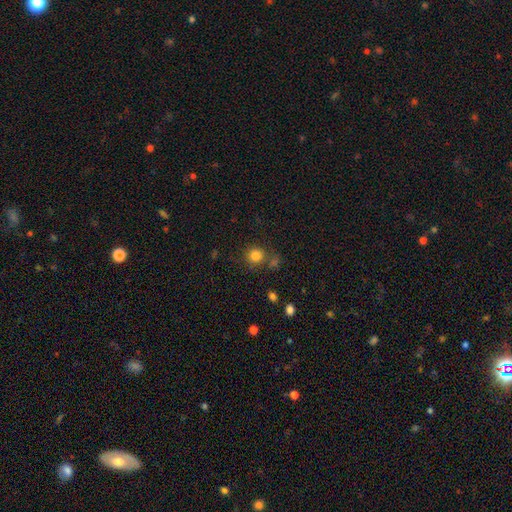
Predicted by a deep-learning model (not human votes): Overall: smooth (82%). How rounded: round (90%). Merging: none (74%).